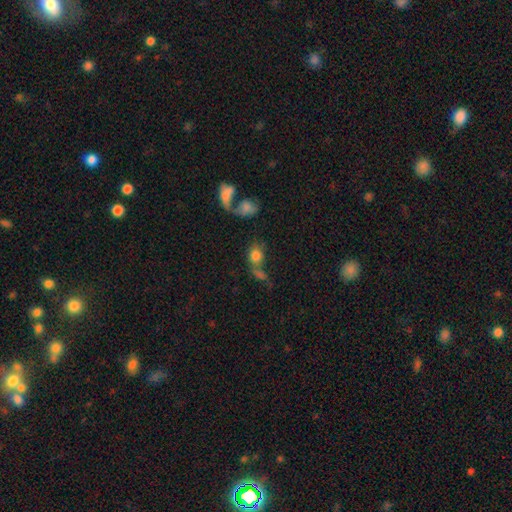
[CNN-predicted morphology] smooth 77%, featured or disk 12%, star or artifact 11%. Down the decision tree: how rounded — round (56%); merging — none (38%).